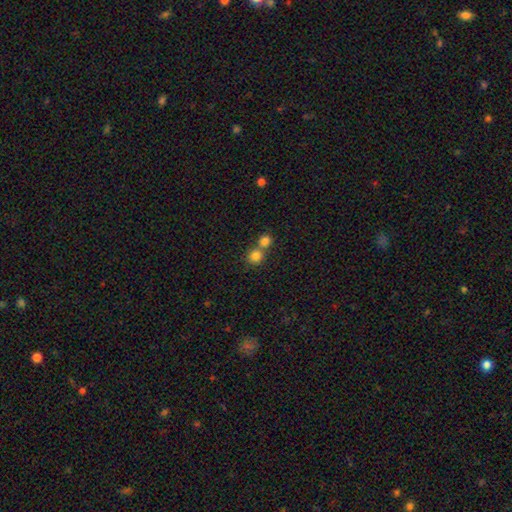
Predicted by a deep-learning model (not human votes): A smooth galaxy with no disk features (81%) that is round (88%).

Vote fractions:
- Smooth or featured? smooth: 81% / star or artifact: 12% / featured or disk: 7%
- How rounded? round: 88% / in between: 11% / cigar-shaped: 1%
- Merging? none: 47% / merger: 46% / minor disturbance: 5% / major disturbance: 2%